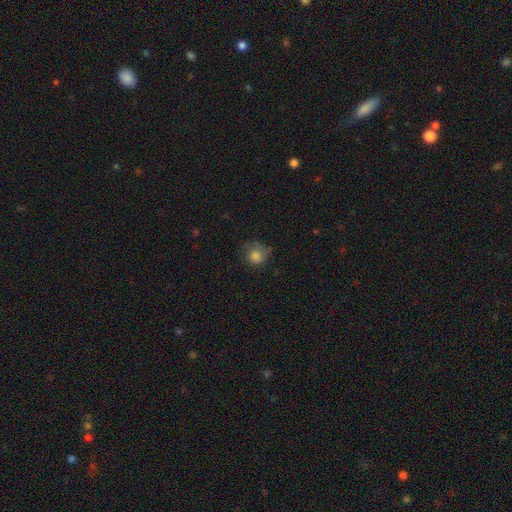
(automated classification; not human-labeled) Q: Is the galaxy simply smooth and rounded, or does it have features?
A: smooth — 77%.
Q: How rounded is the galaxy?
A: round — 78%.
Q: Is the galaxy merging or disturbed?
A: none — 48%.